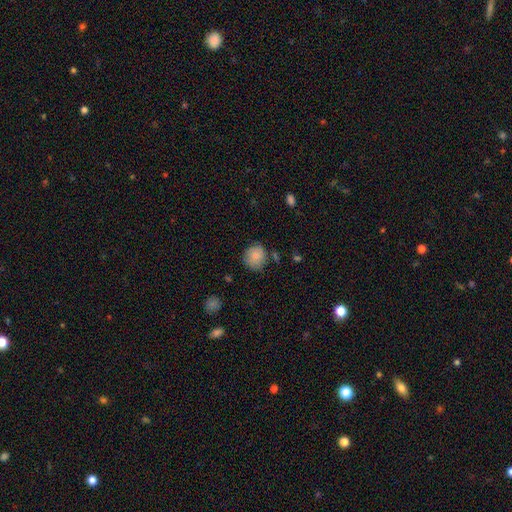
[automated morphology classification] smooth 84%, featured or disk 8%, star or artifact 8%. Down the decision tree: how rounded — round (80%); merging — none (71%).